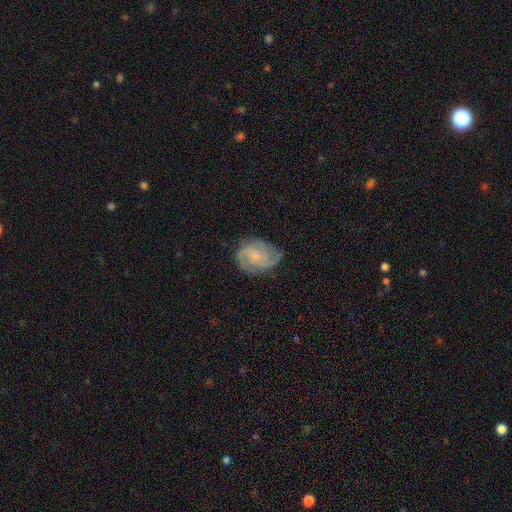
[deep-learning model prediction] The model was most divided on "spiral winding": tight: 45%, medium: 42%, loose: 13%. Remaining: edge-on disk — no (98%); spiral arms — yes (95%); smooth or featured — featured or disk (76%); merging — none (68%); bulge size — small (68%); bar — no (67%); spiral arm count — 3 (40%).